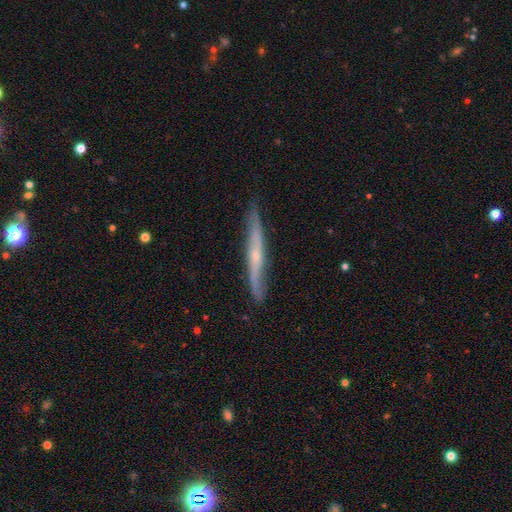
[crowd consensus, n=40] Q: Smooth or featured?
A: featured or disk (62%); runner-up: smooth (28%)
Q: Edge-on disk?
A: yes (72%); runner-up: no (28%)
Q: Edge-on bulge?
A: none (56%); runner-up: rounded (44%)
Q: Merging?
A: none (75%); runner-up: minor disturbance (22%)